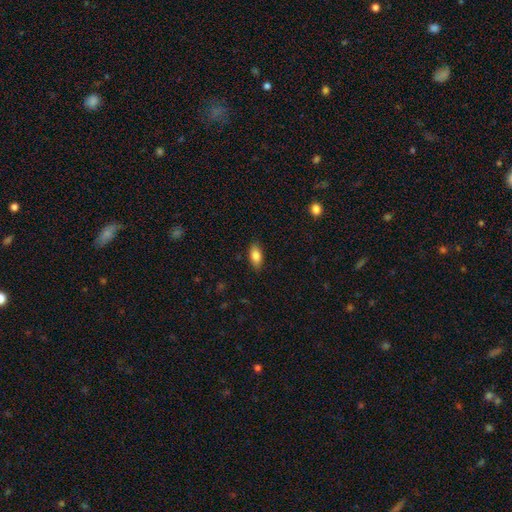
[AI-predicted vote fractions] Overall: smooth (83%). How rounded: in between (87%). Merging: none (87%).